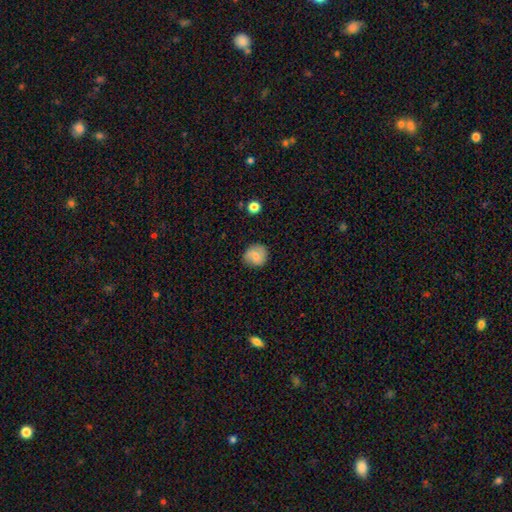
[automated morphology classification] Q: Smooth or featured?
A: smooth (68%); runner-up: featured or disk (23%)
Q: How rounded?
A: round (84%); runner-up: in between (15%)
Q: Merging?
A: none (79%); runner-up: minor disturbance (15%)